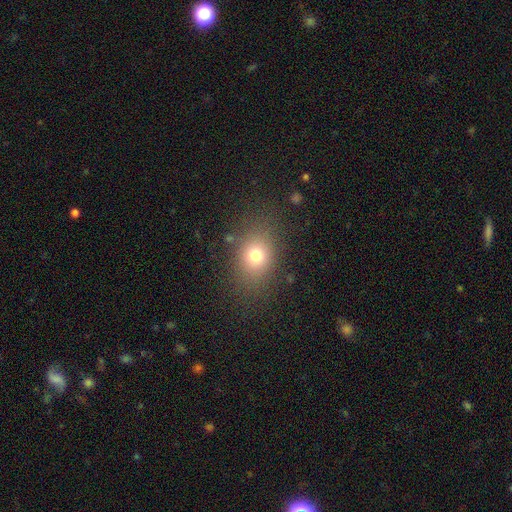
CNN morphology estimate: Q: Smooth or featured?
A: smooth (75%); runner-up: star or artifact (15%)
Q: How rounded?
A: in between (51%); runner-up: round (47%)
Q: Merging?
A: none (79%); runner-up: minor disturbance (12%)